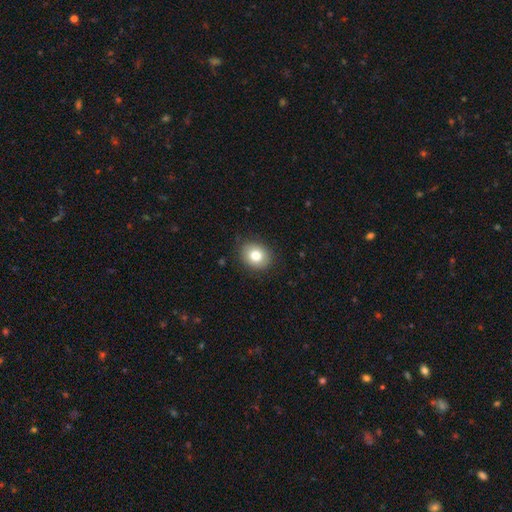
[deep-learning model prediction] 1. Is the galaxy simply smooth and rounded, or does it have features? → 79% smooth, 11% featured or disk, 10% star or artifact.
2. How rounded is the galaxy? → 60% round, 39% in between, 1% cigar-shaped.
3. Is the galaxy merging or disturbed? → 87% none, 9% minor disturbance, 2% major disturbance, 1% merger.